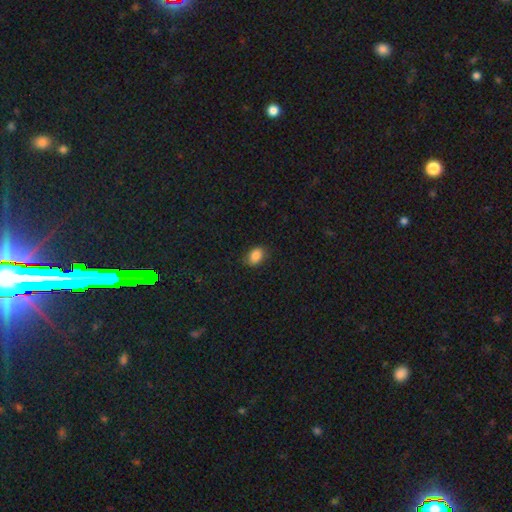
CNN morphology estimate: smooth_or_featured: smooth (p=0.86) [alt: star or artifact p=0.09]
how_rounded: in between (p=0.78) [alt: round p=0.21]
merging: none (p=0.83) [alt: minor disturbance p=0.13]